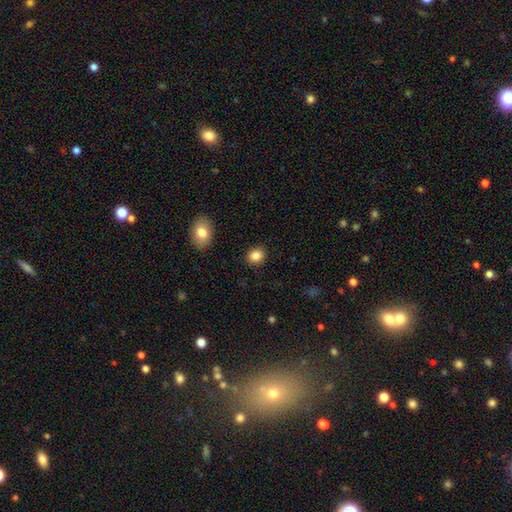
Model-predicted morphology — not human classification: smooth 84%, star or artifact 10%, featured or disk 5%. Down the decision tree: how rounded — round (68%); merging — none (89%).